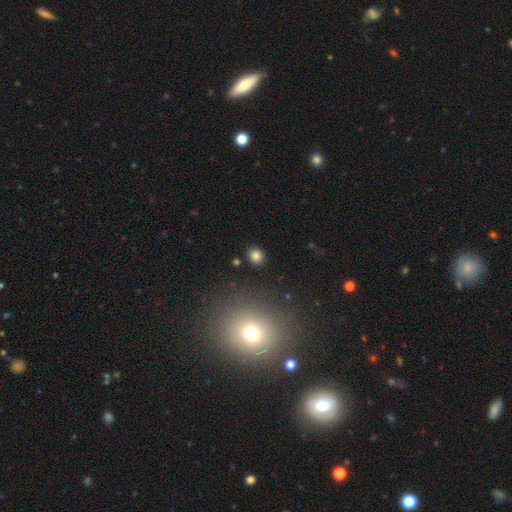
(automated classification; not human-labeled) This is clearly a smooth galaxy (82%). How rounded: likely round (71%). Merging: clearly none (88%).